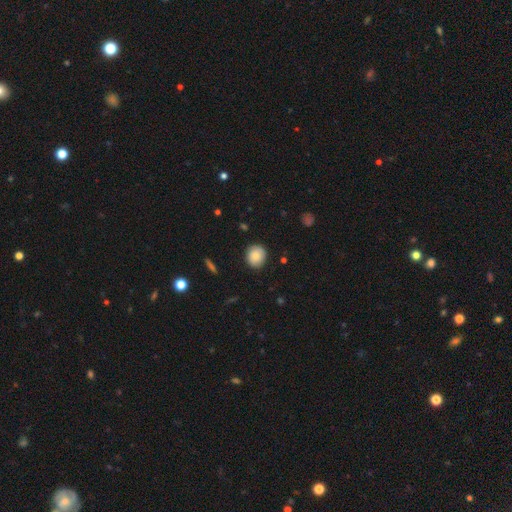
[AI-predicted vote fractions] Overall: smooth (83%). How rounded: round (78%). Merging: none (86%).